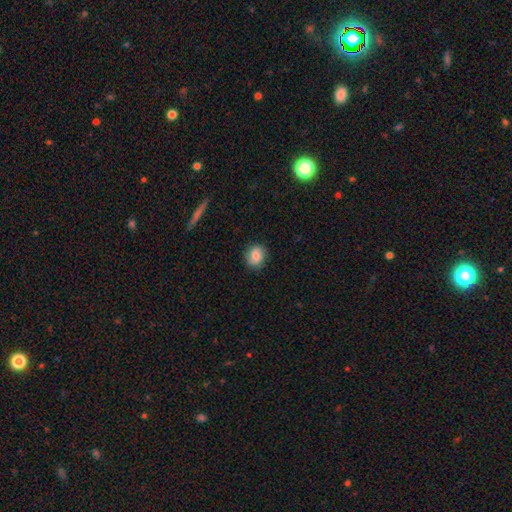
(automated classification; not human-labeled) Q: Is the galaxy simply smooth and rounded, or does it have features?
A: smooth — 77%.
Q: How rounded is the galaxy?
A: round — 66%.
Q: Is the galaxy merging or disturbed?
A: none — 84%.